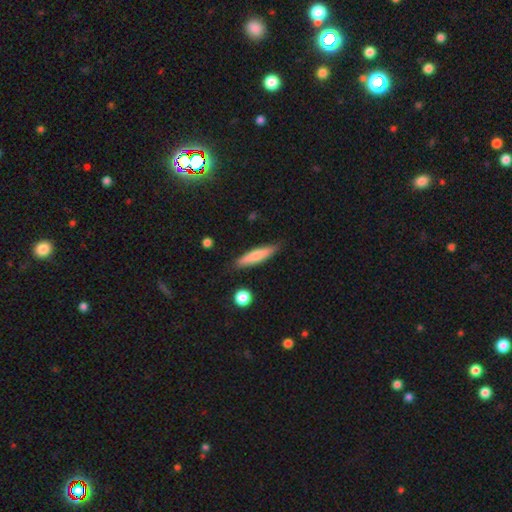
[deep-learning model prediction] Smooth or featured?
  - smooth: 71% *
  - featured or disk: 23%
  - star or artifact: 6%
How rounded?
  - cigar-shaped: 81% *
  - in between: 17%
  - round: 2%
Merging?
  - none: 84% *
  - minor disturbance: 12%
  - major disturbance: 2%
  - merger: 2%